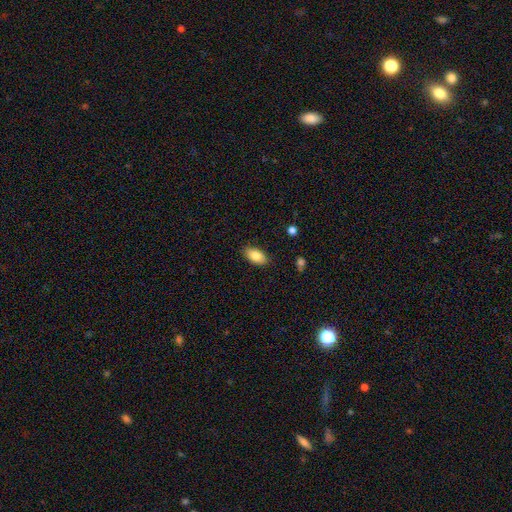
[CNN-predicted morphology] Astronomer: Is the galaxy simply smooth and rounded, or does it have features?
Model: smooth — 85%.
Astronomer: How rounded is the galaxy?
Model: in between — 92%.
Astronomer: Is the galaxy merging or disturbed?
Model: none — 86%.